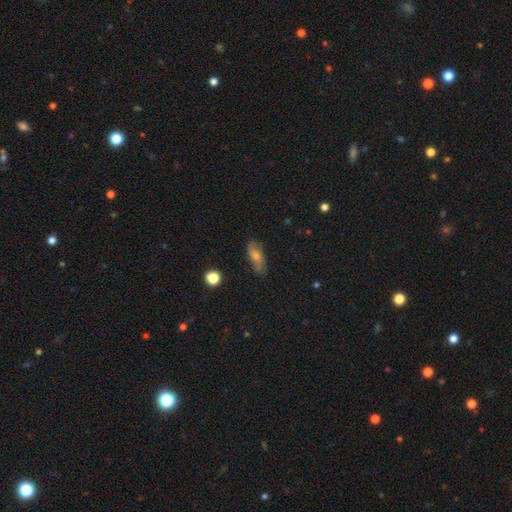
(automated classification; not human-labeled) A smooth galaxy with no disk features (50%). Merging: none (78%).